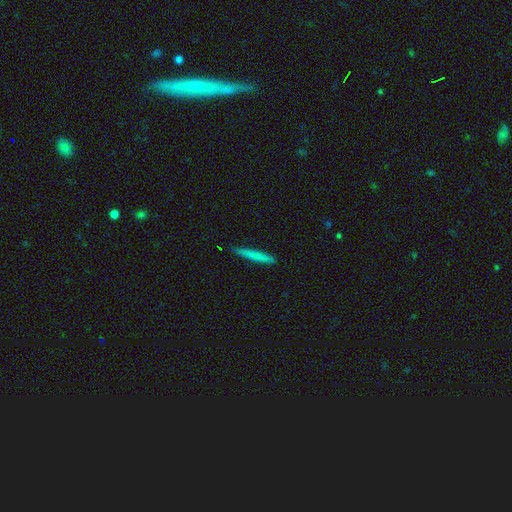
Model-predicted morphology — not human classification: This is likely a smooth galaxy (72%). How rounded: clearly cigar-shaped (96%). Merging: clearly none (87%).